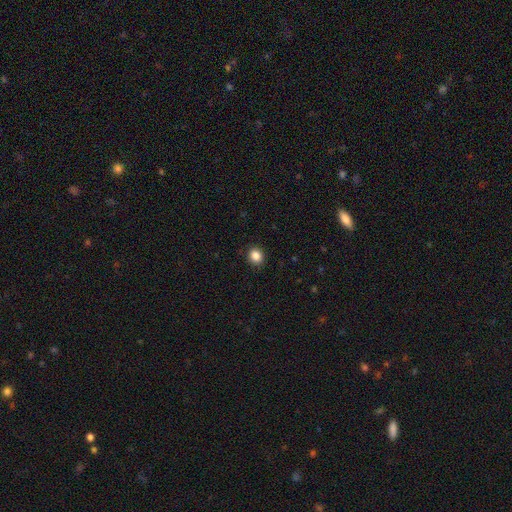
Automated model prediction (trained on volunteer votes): This appears to be a smooth galaxy with no disk features (86%) that is round (74%). Merging: none (91%).